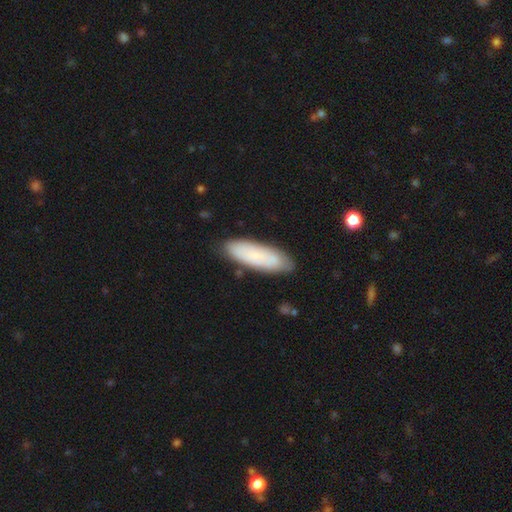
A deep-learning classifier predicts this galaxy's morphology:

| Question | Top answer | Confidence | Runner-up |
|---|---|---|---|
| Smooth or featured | smooth | 73% | featured or disk (20%) |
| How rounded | in between | 51% | cigar-shaped (47%) |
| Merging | none | 83% | minor disturbance (13%) |